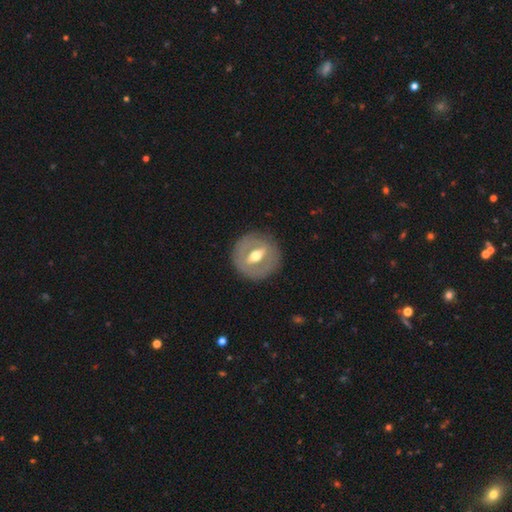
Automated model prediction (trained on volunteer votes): Smooth or featured? Predicted: featured or disk (p=0.68). Edge-on disk? Predicted: no (p=0.82). Bar? Predicted: strong (p=0.57). Spiral arms? Predicted: no (p=0.79). Bulge size? Predicted: moderate (p=0.76). Merging? Predicted: none (p=0.84).